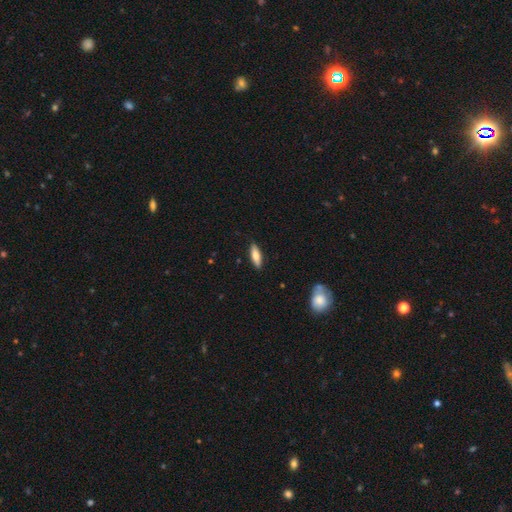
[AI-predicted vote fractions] A smooth galaxy with no disk features (71%) that is in between round and cigar-shaped (50%).

Vote fractions:
- Smooth or featured? smooth: 71% / featured or disk: 23% / star or artifact: 6%
- How rounded? in between: 50% / cigar-shaped: 48% / round: 2%
- Merging? none: 87% / minor disturbance: 10% / major disturbance: 2% / merger: 1%